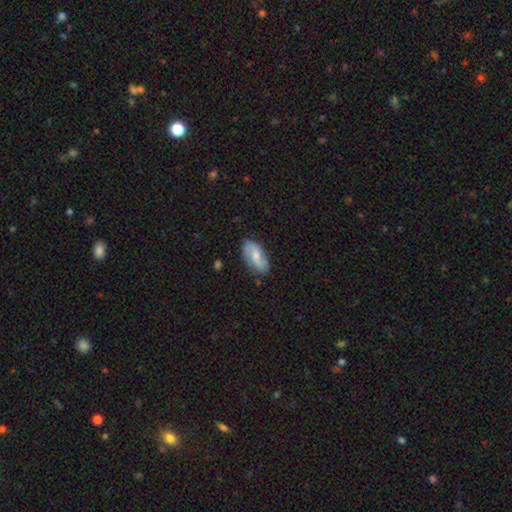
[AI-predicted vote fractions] featured or disk 54%, smooth 39%, star or artifact 6%. Down the decision tree: edge-on disk — no (94%); bar — no (50%); spiral arms — yes (89%); bulge size — moderate (51%); merging — none (77%).